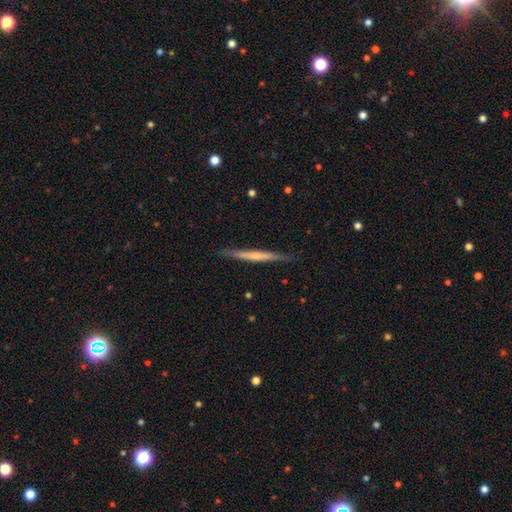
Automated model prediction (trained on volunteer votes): featured or disk 53%, smooth 42%, star or artifact 5%. Down the decision tree: edge-on disk — yes (97%); edge-on bulge — none (65%); merging — none (88%).